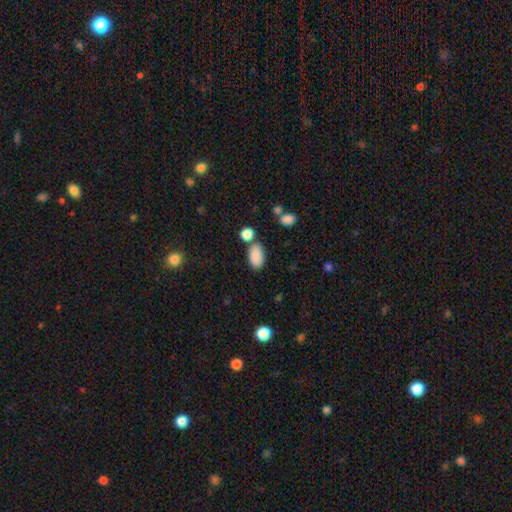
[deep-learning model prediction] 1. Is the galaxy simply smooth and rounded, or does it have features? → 87% smooth, 8% star or artifact, 4% featured or disk.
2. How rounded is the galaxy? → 93% in between, 5% round, 2% cigar-shaped.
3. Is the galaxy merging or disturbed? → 68% none, 14% merger, 13% minor disturbance, 4% major disturbance.